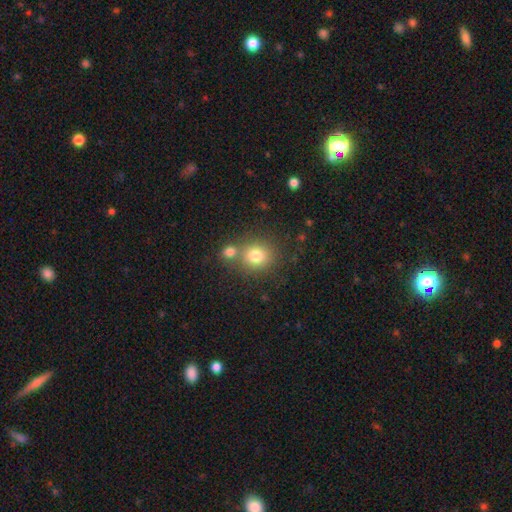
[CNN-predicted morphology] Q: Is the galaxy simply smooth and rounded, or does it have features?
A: smooth — 78%.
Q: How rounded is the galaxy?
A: round — 83%.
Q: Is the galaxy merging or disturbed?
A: none — 60%.